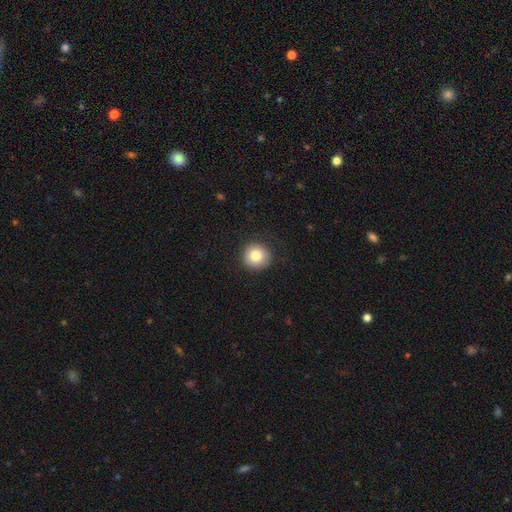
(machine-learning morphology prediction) A smooth galaxy with no disk features (82%) that is round (94%).

Vote fractions:
- Smooth or featured? smooth: 82% / star or artifact: 9% / featured or disk: 9%
- How rounded? round: 94% / in between: 6% / cigar-shaped: 1%
- Merging? none: 88% / minor disturbance: 8% / major disturbance: 3% / merger: 1%